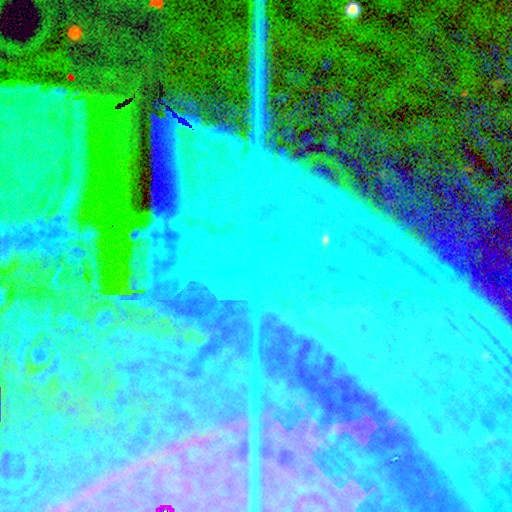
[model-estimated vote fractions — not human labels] smooth-or-featured: star or artifact: 86% | featured or disk: 9% | smooth: 6%